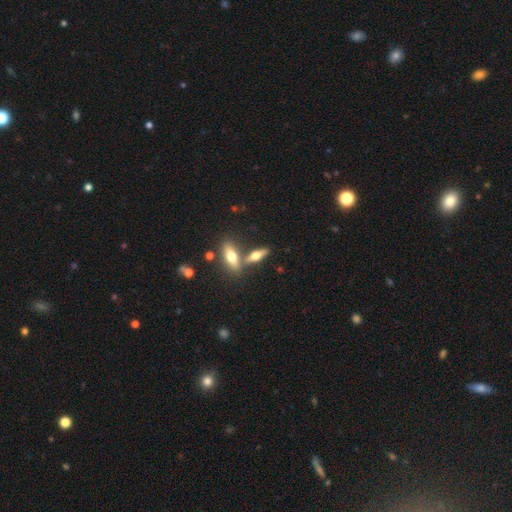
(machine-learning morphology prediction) Smooth or featured? smooth (48%)
Merging? none (59%)